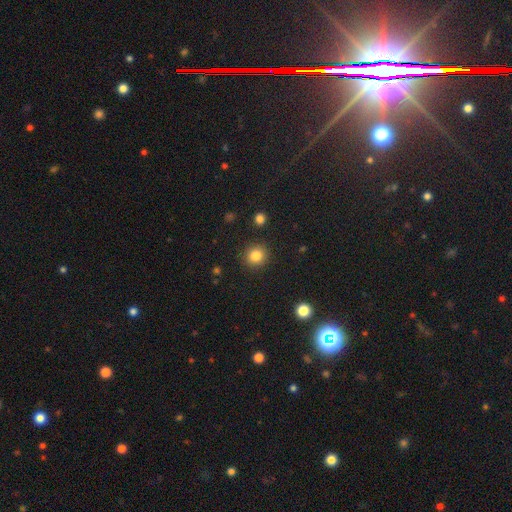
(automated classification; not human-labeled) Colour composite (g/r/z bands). It shows a smooth galaxy with no disk features (83%) that is round (91%). Merging: none (90%).